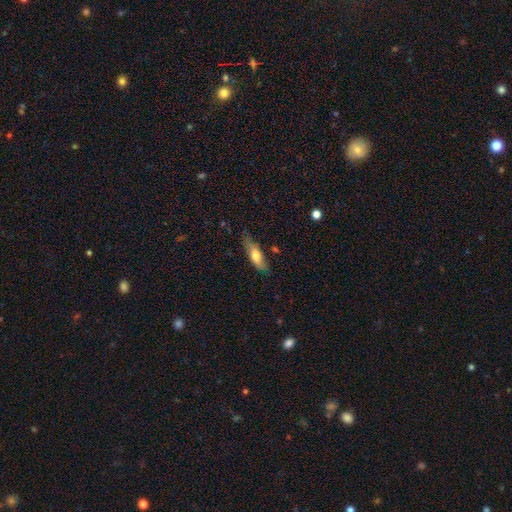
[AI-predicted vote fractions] Smooth or featured? smooth (64%)
How rounded? in between (51%)
Merging? none (65%)